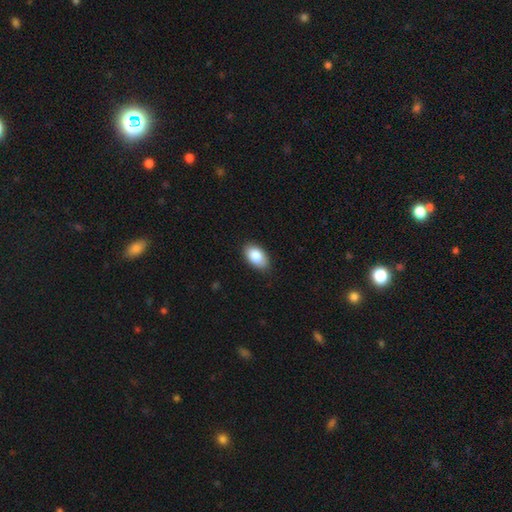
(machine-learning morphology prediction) A smooth galaxy with no disk features (85%) that is in between round and cigar-shaped (93%).

Vote fractions:
- Smooth or featured? smooth: 85% / featured or disk: 8% / star or artifact: 7%
- How rounded? in between: 93% / round: 6% / cigar-shaped: 1%
- Merging? none: 85% / minor disturbance: 12% / major disturbance: 2% / merger: 1%